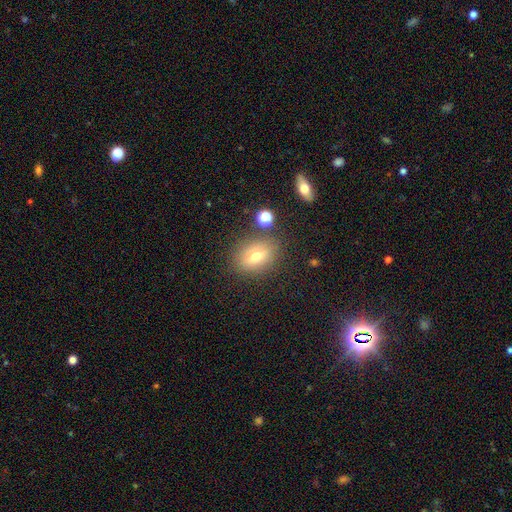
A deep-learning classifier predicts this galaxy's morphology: Smooth or featured? smooth (65%)
How rounded? in between (67%)
Merging? none (79%)